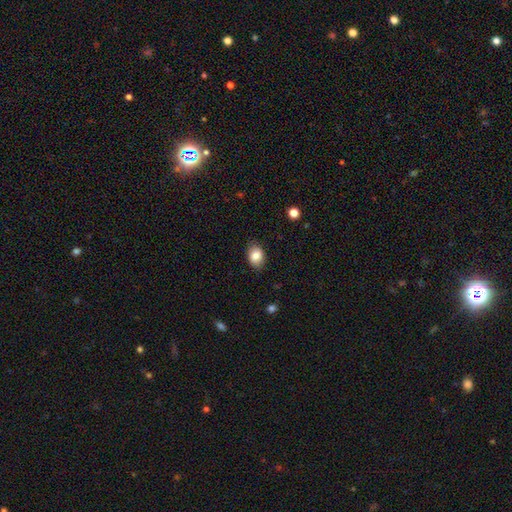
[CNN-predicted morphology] A smooth galaxy with no disk features (85%) that is in between round and cigar-shaped (76%).

Vote fractions:
- Smooth or featured? smooth: 85% / star or artifact: 8% / featured or disk: 8%
- How rounded? in between: 76% / round: 23% / cigar-shaped: 1%
- Merging? none: 84% / minor disturbance: 12% / major disturbance: 3% / merger: 1%